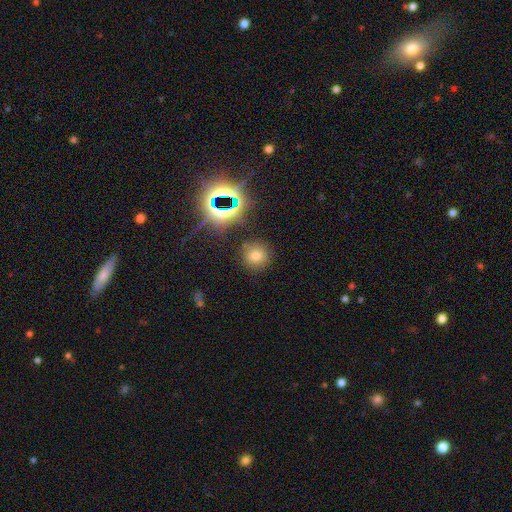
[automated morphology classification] This is likely a smooth galaxy (66%). How rounded: clearly round (90%). Merging: clearly none (83%).